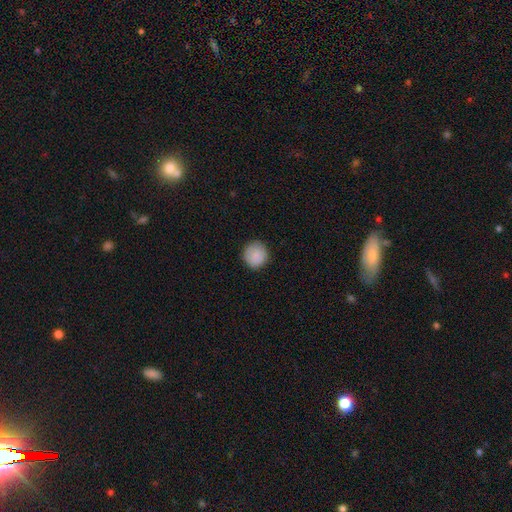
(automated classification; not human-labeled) Smooth or featured: smooth — 88% (star or artifact — 7%)
How rounded: round — 94% (in between — 5%)
Merging: none — 89% (minor disturbance — 8%)